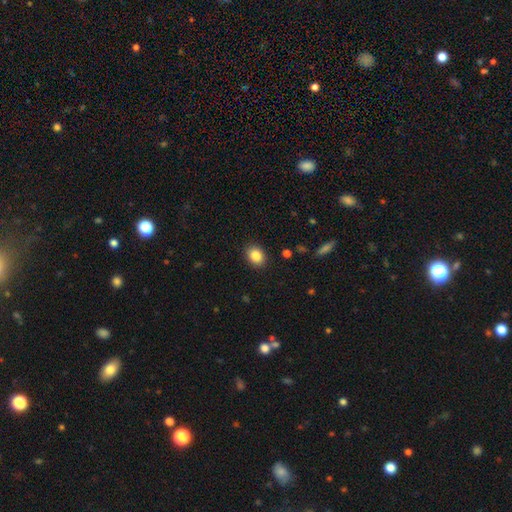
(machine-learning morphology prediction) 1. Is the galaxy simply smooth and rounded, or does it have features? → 86% smooth, 9% star or artifact, 5% featured or disk.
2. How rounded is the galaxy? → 56% in between, 43% round, 1% cigar-shaped.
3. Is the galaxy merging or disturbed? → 89% none, 7% minor disturbance, 2% major disturbance, 1% merger.